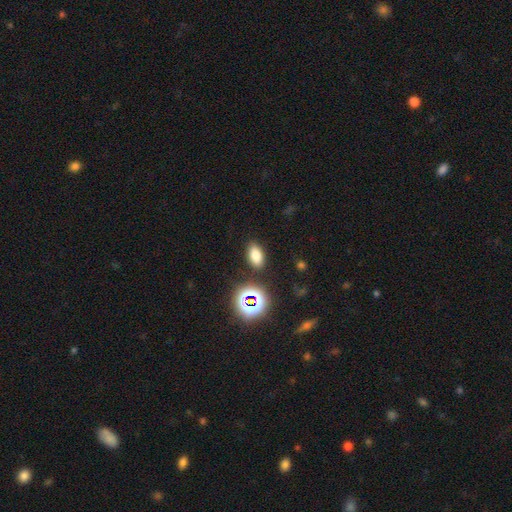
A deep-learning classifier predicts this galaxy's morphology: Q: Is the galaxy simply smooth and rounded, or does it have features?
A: smooth — 72%.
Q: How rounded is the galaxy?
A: in between — 86%.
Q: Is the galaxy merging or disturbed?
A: none — 86%.